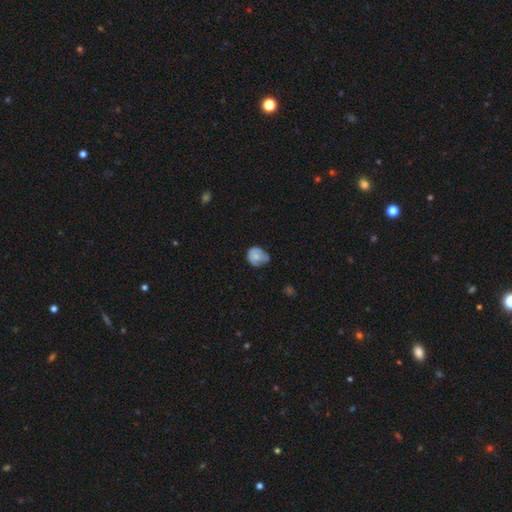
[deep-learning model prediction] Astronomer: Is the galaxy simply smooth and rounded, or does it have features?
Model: smooth — 63%.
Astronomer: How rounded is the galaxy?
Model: round — 55% (runner-up: in between, 44%).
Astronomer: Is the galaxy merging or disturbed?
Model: minor disturbance — 42% (runner-up: none, 37%).